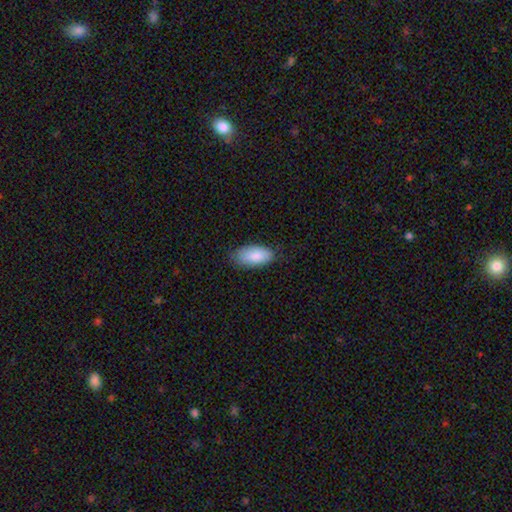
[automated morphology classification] This appears to be a smooth galaxy with no disk features (86%) that is in between round and cigar-shaped (93%). Merging: none (76%).